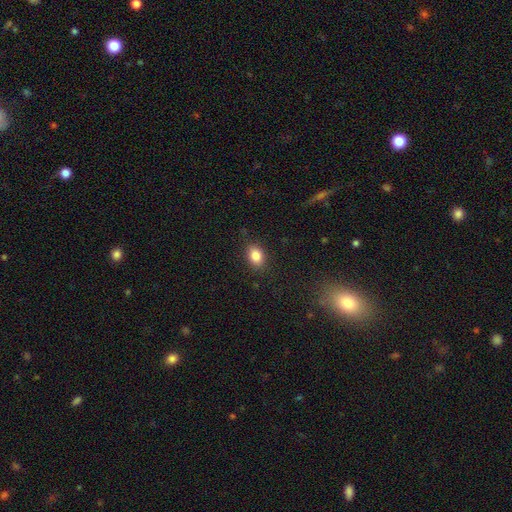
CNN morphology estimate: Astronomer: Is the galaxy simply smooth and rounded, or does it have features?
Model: smooth — 85%.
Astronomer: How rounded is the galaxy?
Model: in between — 75%.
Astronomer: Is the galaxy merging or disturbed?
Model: none — 85%.